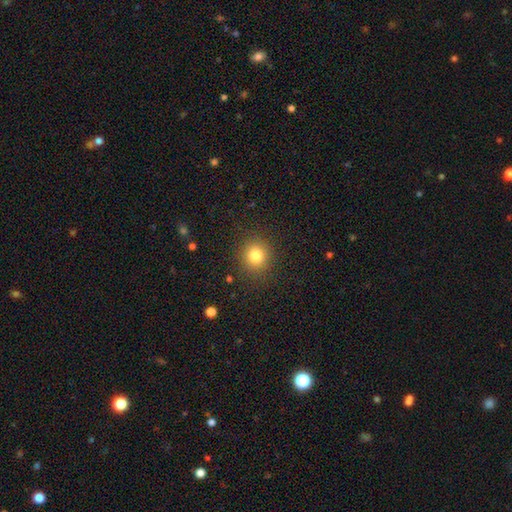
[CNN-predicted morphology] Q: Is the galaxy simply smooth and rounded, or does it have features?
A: smooth — 81%.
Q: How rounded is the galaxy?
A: round — 88%.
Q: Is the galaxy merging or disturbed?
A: none — 88%.